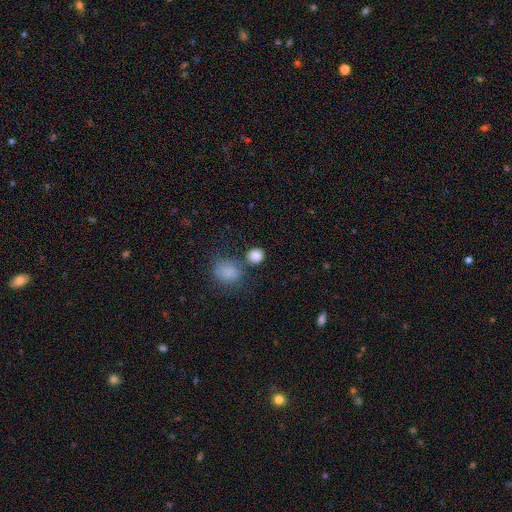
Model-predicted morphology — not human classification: This appears to be a smooth galaxy with no disk features (85%) that is round (84%). Merging: none (71%).